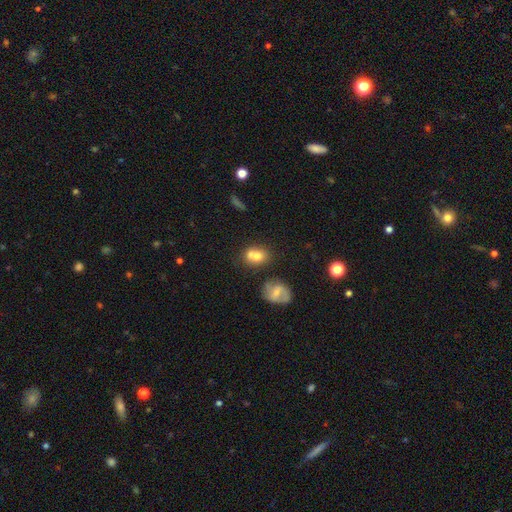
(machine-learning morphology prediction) A smooth galaxy with no disk features (70%) that is round (53%).

Vote fractions:
- Smooth or featured? smooth: 70% / featured or disk: 19% / star or artifact: 10%
- How rounded? round: 53% / in between: 46% / cigar-shaped: 1%
- Merging? merger: 46% / none: 39% / minor disturbance: 11% / major disturbance: 4%